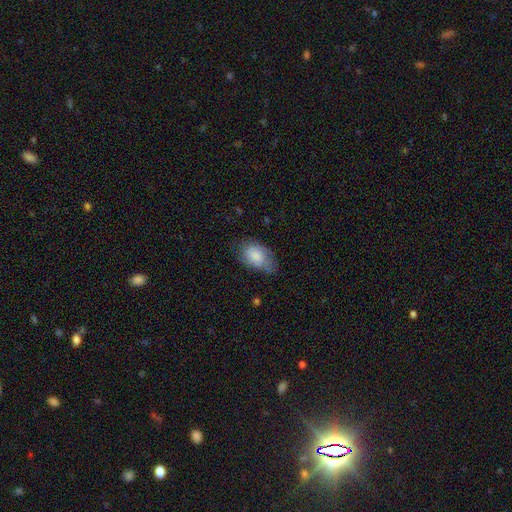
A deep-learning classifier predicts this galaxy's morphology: Q: Smooth or featured?
A: smooth (68%); runner-up: featured or disk (25%)
Q: How rounded?
A: in between (88%); runner-up: round (10%)
Q: Merging?
A: none (46%); runner-up: minor disturbance (36%)